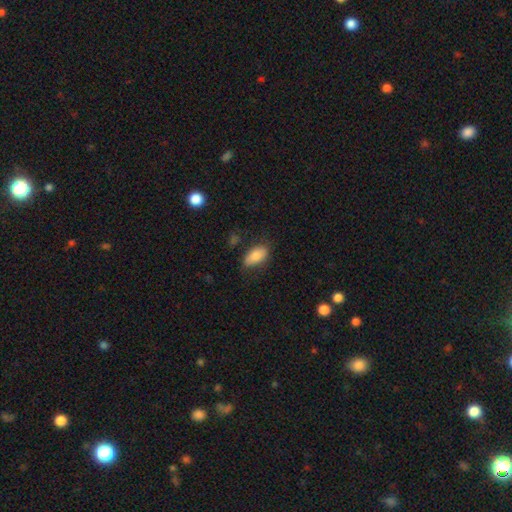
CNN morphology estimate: smooth-or-featured: smooth: 82% | featured or disk: 11% | star or artifact: 7%
  how-rounded: in between: 91% | cigar-shaped: 5% | round: 4%
  merging: none: 71% | minor disturbance: 21% | major disturbance: 5% | merger: 2%